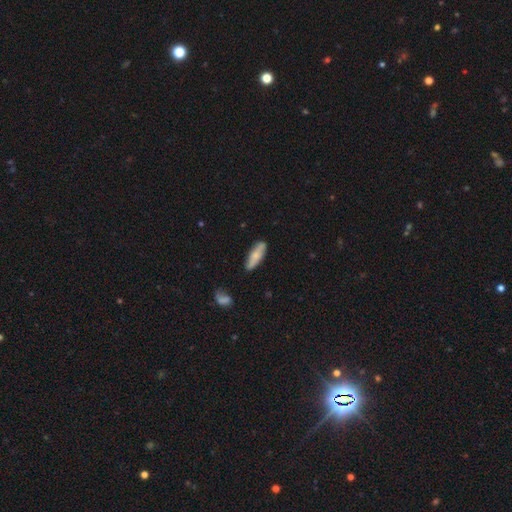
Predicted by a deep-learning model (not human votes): Smooth or featured: smooth — 68% (featured or disk — 27%)
How rounded: in between — 50% (cigar-shaped — 48%)
Merging: none — 75% (minor disturbance — 19%)